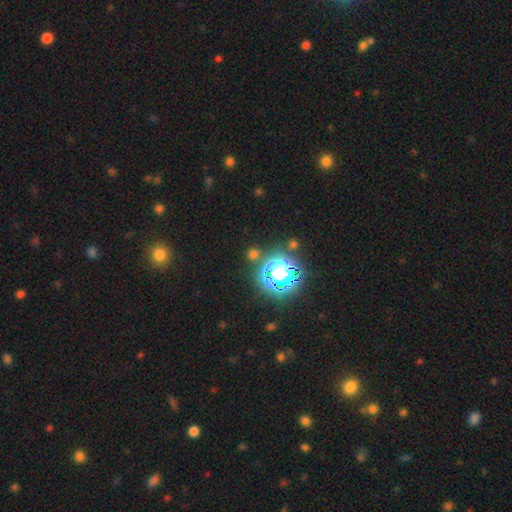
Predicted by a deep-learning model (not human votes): Overall: star or artifact (58%; smooth 33%).